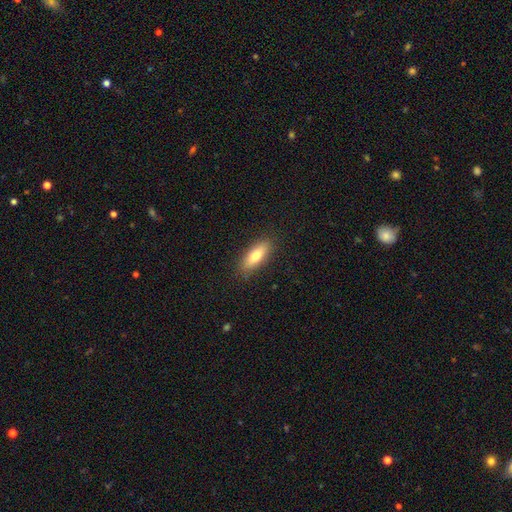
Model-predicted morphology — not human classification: A smooth galaxy with no disk features (72%) that is in between round and cigar-shaped (60%).

Vote fractions:
- Smooth or featured? smooth: 72% / featured or disk: 21% / star or artifact: 6%
- How rounded? in between: 60% / cigar-shaped: 38% / round: 2%
- Merging? none: 87% / minor disturbance: 9% / major disturbance: 2% / merger: 1%